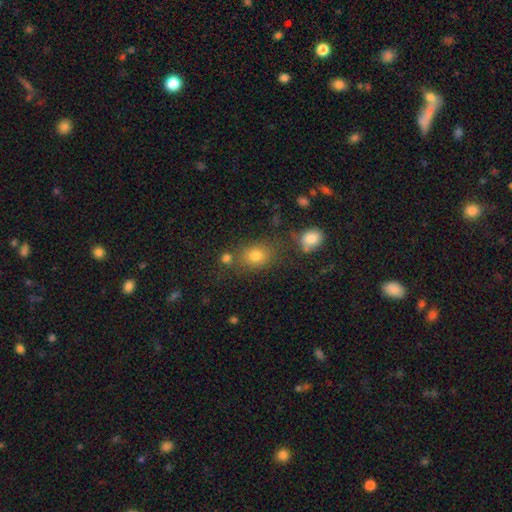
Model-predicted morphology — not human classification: This is likely a smooth galaxy (77%). How rounded: possibly in between (51%). Merging: likely none (69%).